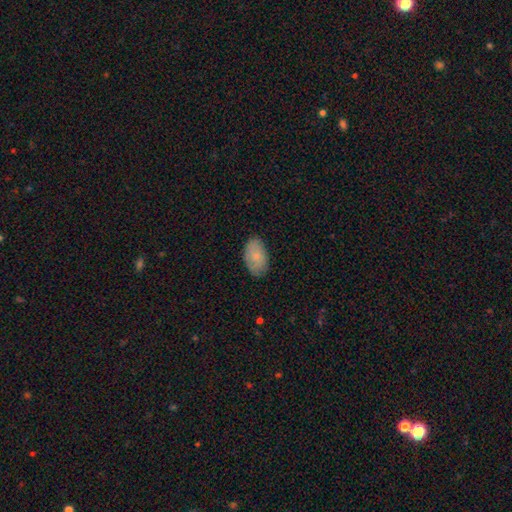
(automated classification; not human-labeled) Overall: smooth (76%). How rounded: in between (92%). Merging: none (80%).